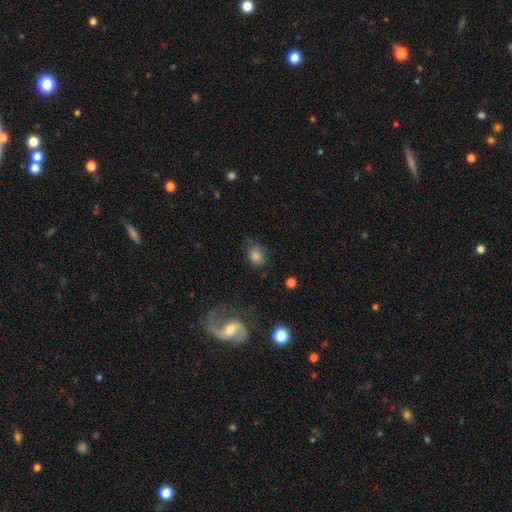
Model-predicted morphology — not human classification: type=smooth (73%); roundness=in between (56%); merging=none (69%).